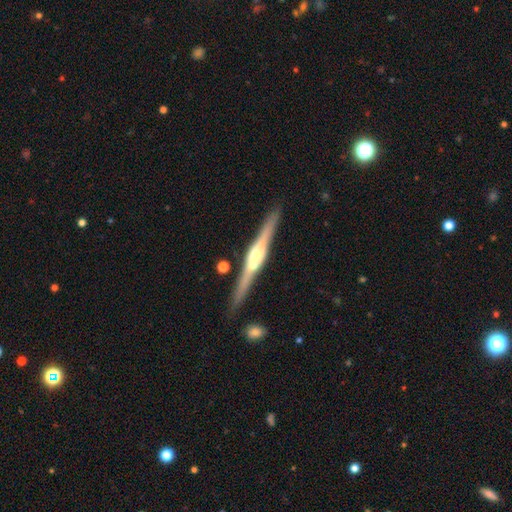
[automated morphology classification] smooth-or-featured: featured or disk: 83% | smooth: 12% | star or artifact: 5%
  disk-edge-on: yes: 98% | no: 2%
    edge-on-bulge: rounded: 82% | boxy: 14% | none: 4%
  merging: none: 86% | minor disturbance: 9% | merger: 3% | major disturbance: 2%